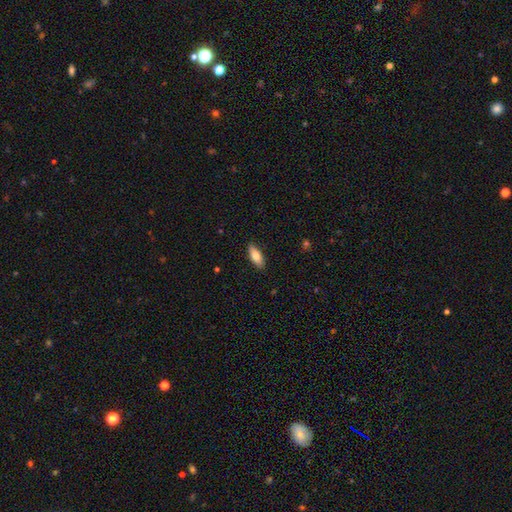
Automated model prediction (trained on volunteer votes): A smooth galaxy with no disk features (79%) that is in between round and cigar-shaped (77%). Merging: none (87%).